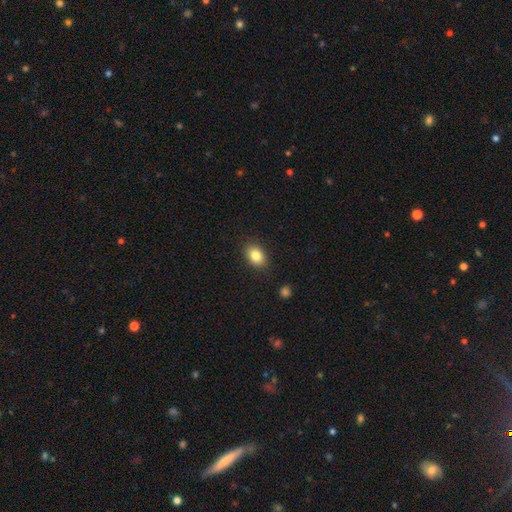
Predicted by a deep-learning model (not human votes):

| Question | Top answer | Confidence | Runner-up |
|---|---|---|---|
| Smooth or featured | smooth | 83% | star or artifact (9%) |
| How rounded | in between | 76% | round (23%) |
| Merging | none | 88% | minor disturbance (9%) |